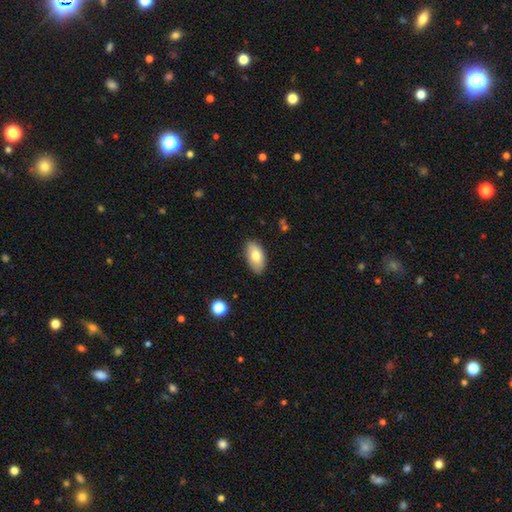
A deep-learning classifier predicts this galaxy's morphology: Overall: smooth (76%). How rounded: in between (93%). Merging: none (84%).